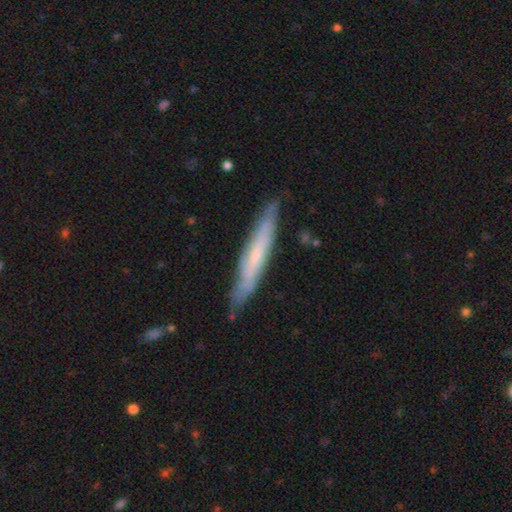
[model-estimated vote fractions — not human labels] Morphology: type=featured or disk (53%); edge-on=yes (79%); merging=none (81%).